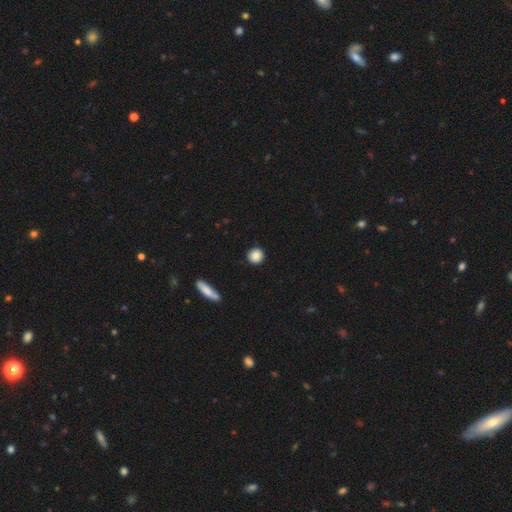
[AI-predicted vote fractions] Smooth or featured?
  - smooth: 87% *
  - star or artifact: 8%
  - featured or disk: 5%
How rounded?
  - round: 92% *
  - in between: 6%
  - cigar-shaped: 1%
Merging?
  - none: 90% *
  - minor disturbance: 7%
  - major disturbance: 2%
  - merger: 1%